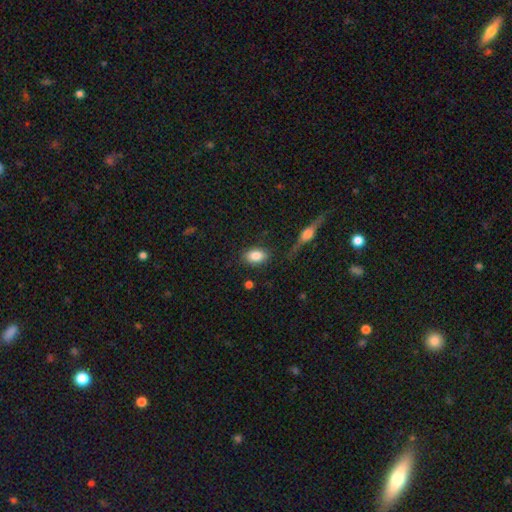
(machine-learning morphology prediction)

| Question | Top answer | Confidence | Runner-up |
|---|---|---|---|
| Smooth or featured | smooth | 85% | star or artifact (8%) |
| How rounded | in between | 85% | round (13%) |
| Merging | none | 81% | minor disturbance (11%) |